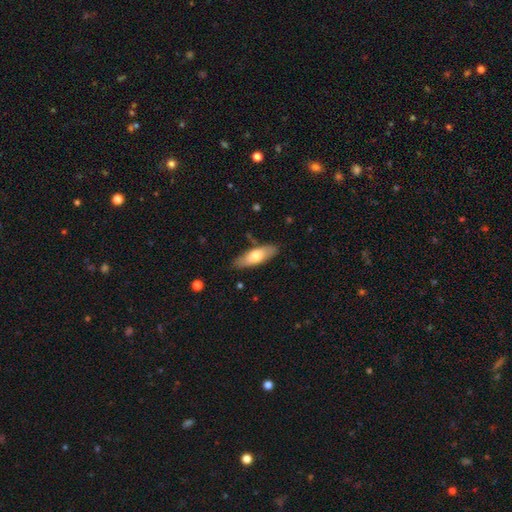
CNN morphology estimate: A smooth galaxy with no disk features (67%) that is in between round and cigar-shaped (61%). Merging: none (83%).